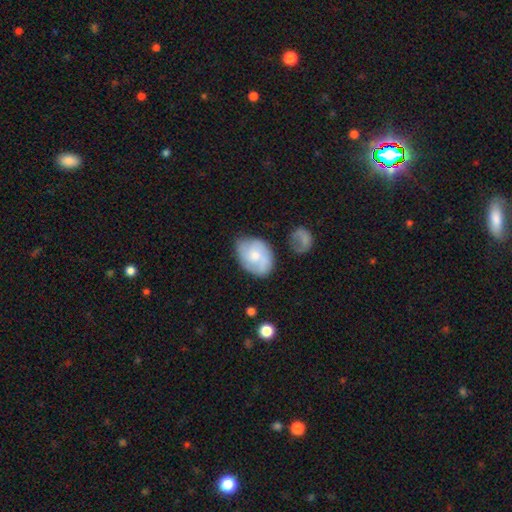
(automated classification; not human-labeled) Smooth or featured? Predicted: smooth (p=0.50). How rounded? Predicted: in between (p=0.71). Merging? Predicted: none (p=0.62).